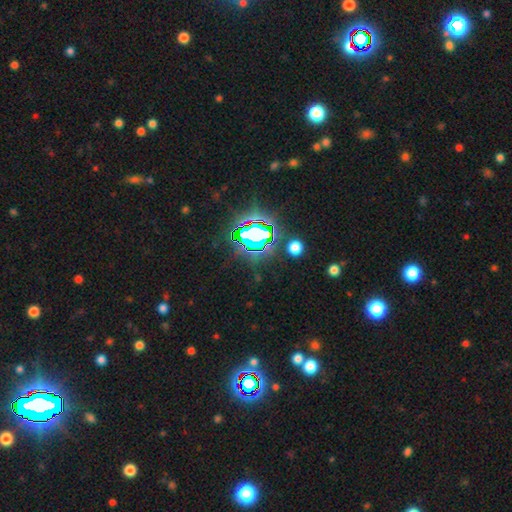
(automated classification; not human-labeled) Smooth or featured? Predicted: star or artifact (p=0.75).